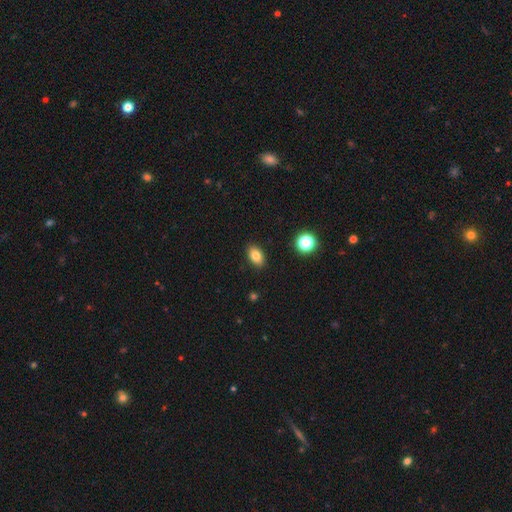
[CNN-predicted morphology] Smooth or featured? Predicted: smooth (p=0.82). How rounded? Predicted: in between (p=0.87). Merging? Predicted: none (p=0.89).